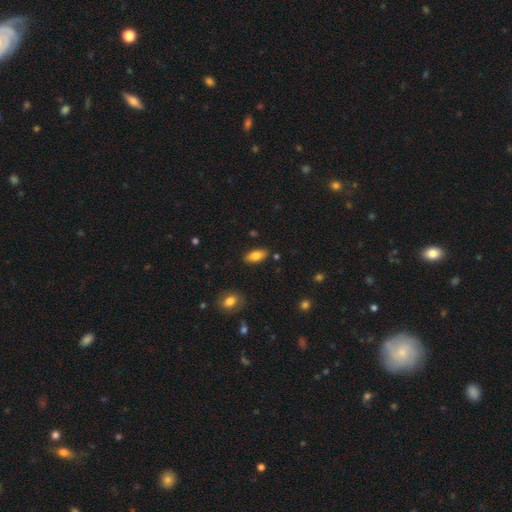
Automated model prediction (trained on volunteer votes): Smooth or featured? Predicted: smooth (p=0.81). How rounded? Predicted: in between (p=0.89). Merging? Predicted: none (p=0.86).